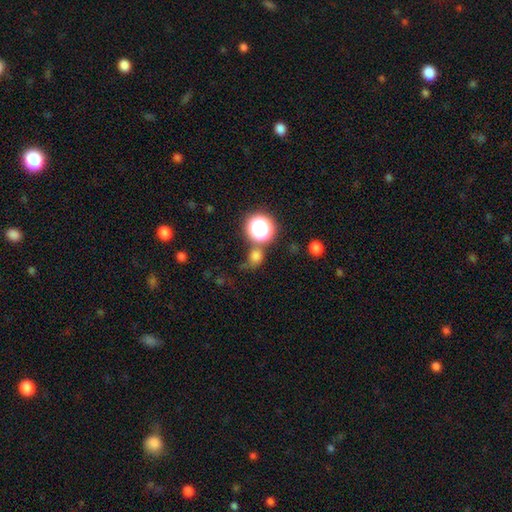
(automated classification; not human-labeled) Morphology: type=smooth (71%); roundness=round (76%); merging=none (60%).